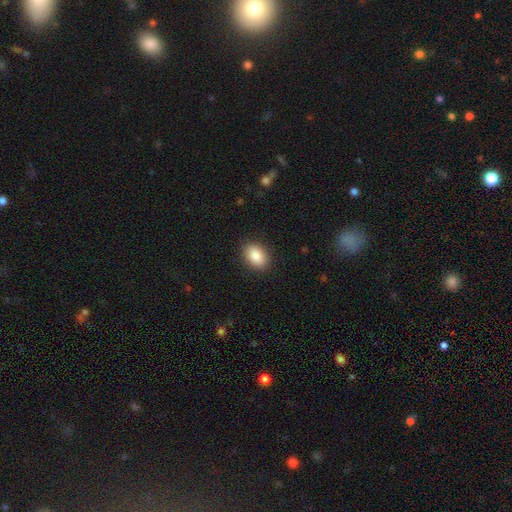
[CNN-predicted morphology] A smooth galaxy with no disk features (88%) that is in between round and cigar-shaped (80%). Merging: none (89%).